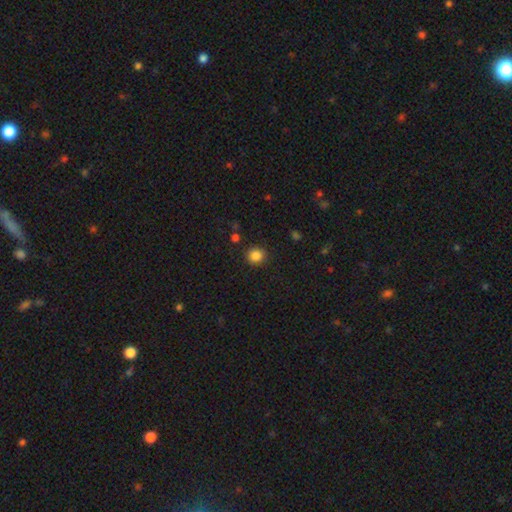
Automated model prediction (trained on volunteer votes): A smooth galaxy with no disk features (86%) that is round (88%).

Vote fractions:
- Smooth or featured? smooth: 86% / star or artifact: 11% / featured or disk: 3%
- How rounded? round: 88% / in between: 11% / cigar-shaped: 1%
- Merging? none: 89% / minor disturbance: 7% / major disturbance: 2% / merger: 2%